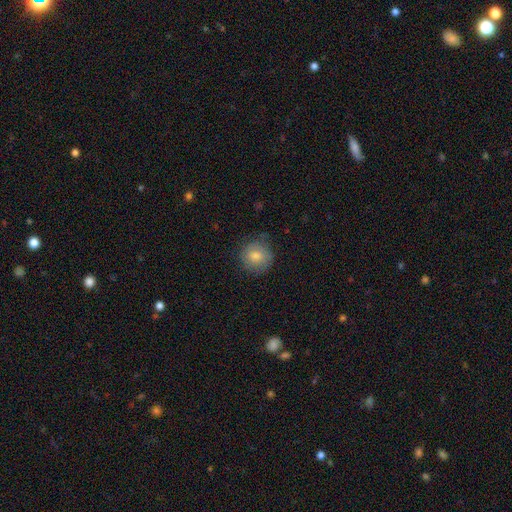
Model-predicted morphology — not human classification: The model was most divided on "merging": none: 77%, minor disturbance: 17%, major disturbance: 5%, merger: 1%. More confident: how rounded — round (90%); smooth or featured — smooth (79%).